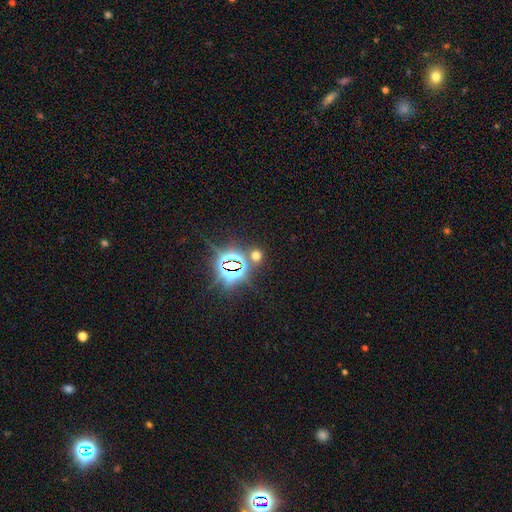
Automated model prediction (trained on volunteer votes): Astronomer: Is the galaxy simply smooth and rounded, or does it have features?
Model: star or artifact — 54% (runner-up: smooth, 40%).